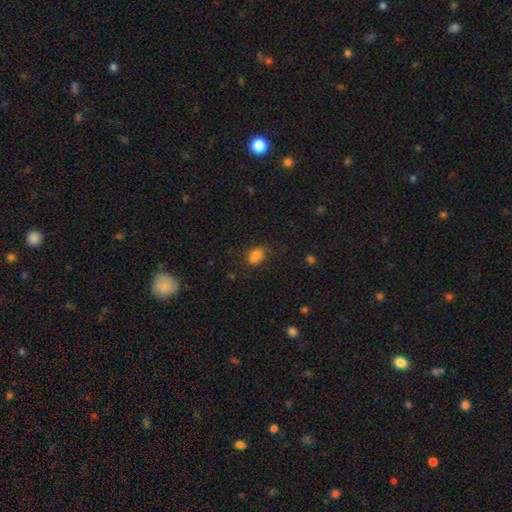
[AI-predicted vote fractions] Morphology: type=smooth (76%); roundness=in between (64%); merging=none (51%).